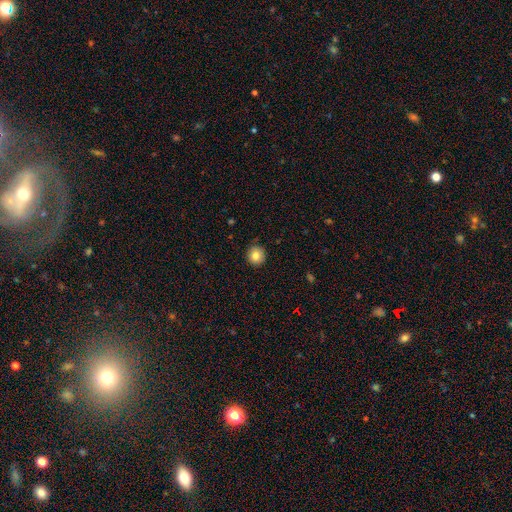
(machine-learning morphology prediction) The model was most divided on "smooth or featured": smooth: 82%, star or artifact: 10%, featured or disk: 9%. More confident: how rounded — round (93%); merging — none (89%).